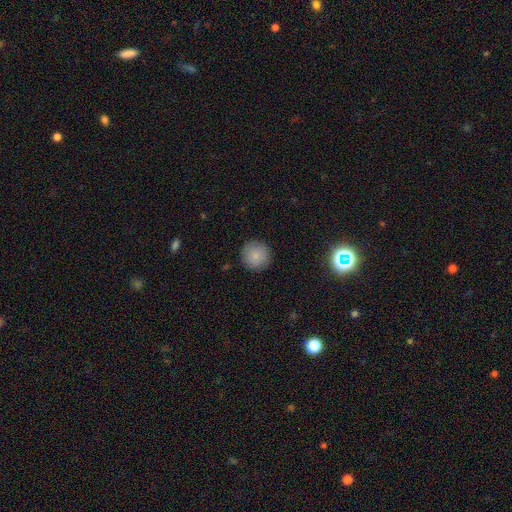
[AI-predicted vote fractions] Smooth or featured? Predicted: smooth (p=0.84). How rounded? Predicted: round (p=0.95). Merging? Predicted: none (p=0.90).